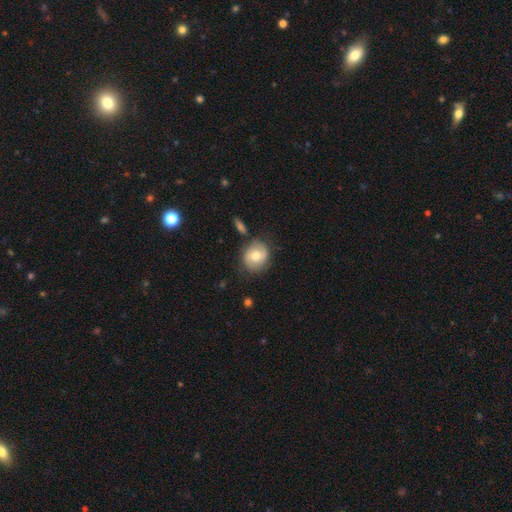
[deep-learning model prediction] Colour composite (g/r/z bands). It shows a smooth galaxy with no disk features (63%) that is round (71%). Merging: none (73%).